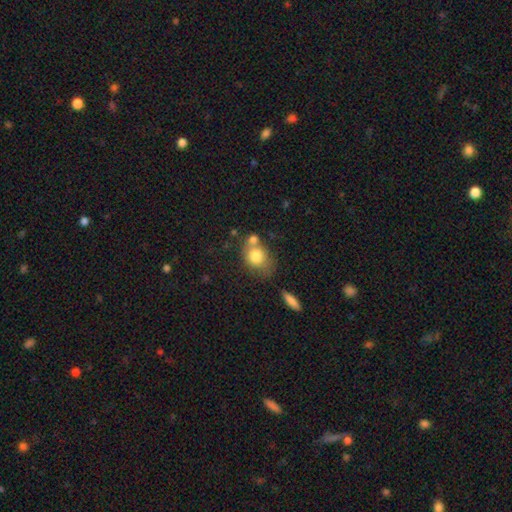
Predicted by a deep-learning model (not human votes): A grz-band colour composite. It shows a smooth galaxy with no disk features (78%) that is round (54%). Merging: none (40%).